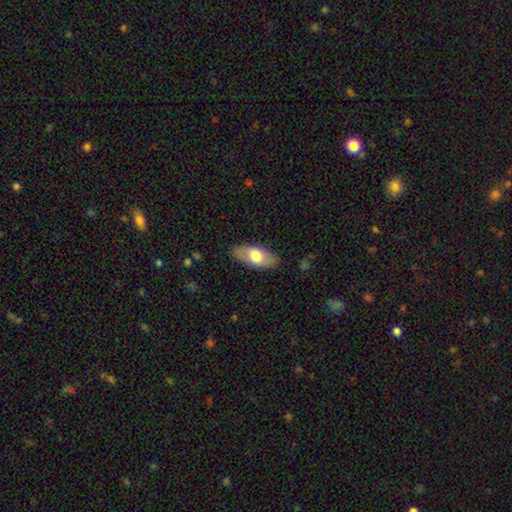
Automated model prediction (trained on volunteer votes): A smooth galaxy with no disk features (65%) that is in between round and cigar-shaped (88%). Merging: none (84%).